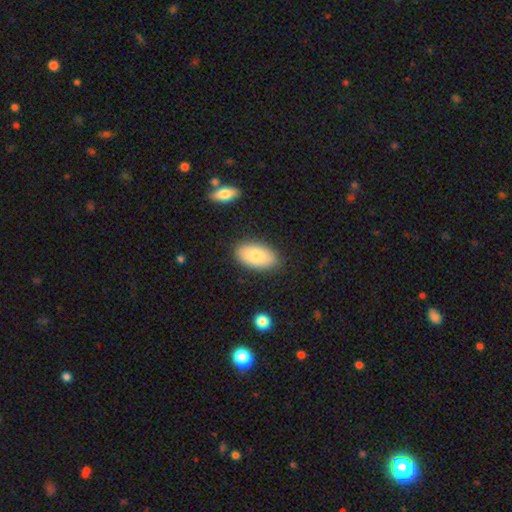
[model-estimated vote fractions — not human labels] Smooth or featured? smooth (82%)
How rounded? in between (95%)
Merging? none (84%)